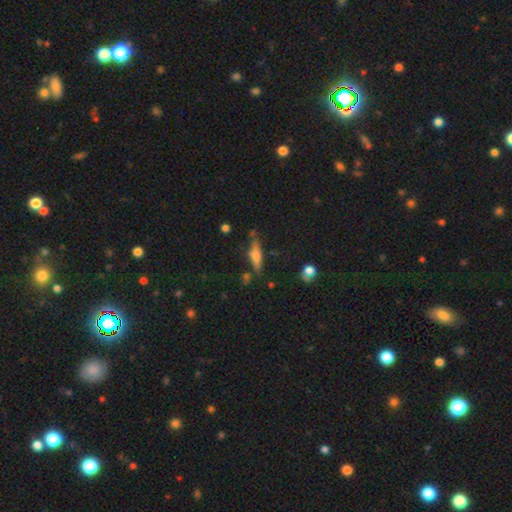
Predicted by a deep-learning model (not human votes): Smooth or featured? featured or disk (48%)
Merging? none (72%)